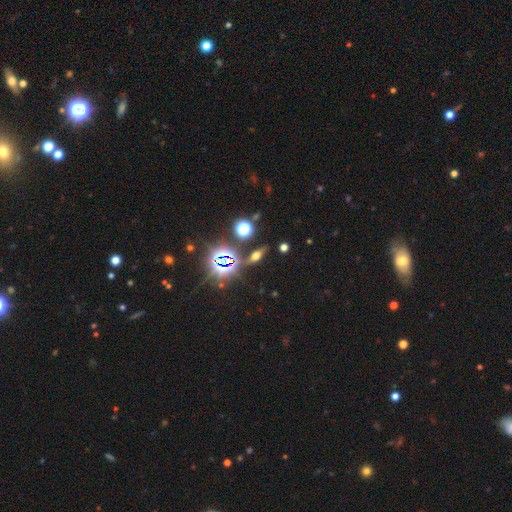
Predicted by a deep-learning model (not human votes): Smooth or featured? Predicted: star or artifact (p=0.37).